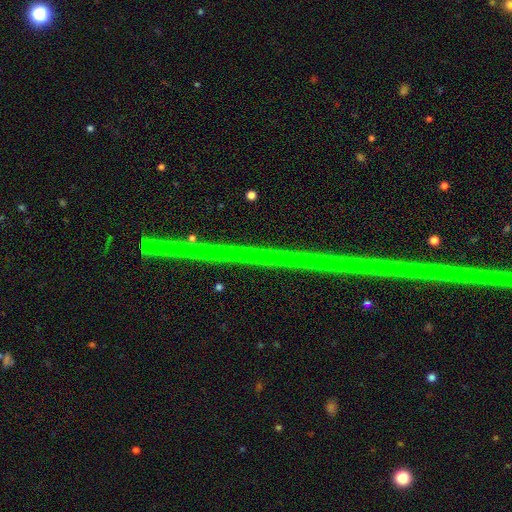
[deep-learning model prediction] smooth_or_featured: star or artifact (p=0.87) [alt: featured or disk p=0.09]